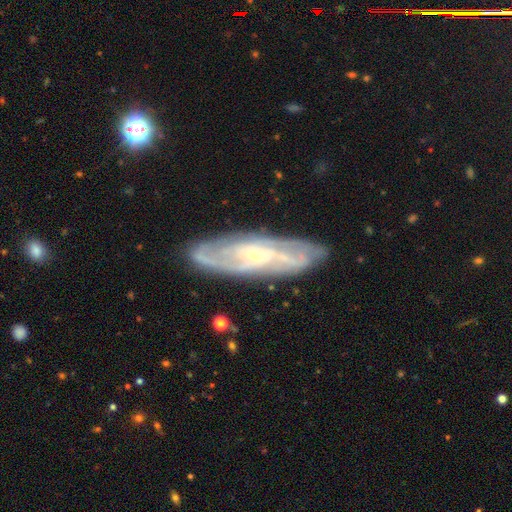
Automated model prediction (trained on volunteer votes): This appears to be a featured or disk galaxy (80%) with no bar (48%), tight (50%) spiral arms (93%) and a small central bulge (71%). Merging: none (81%).